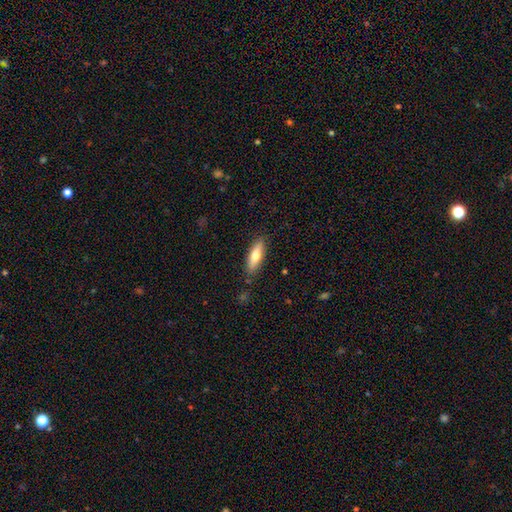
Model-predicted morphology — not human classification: type=smooth (66%); roundness=cigar-shaped (50%); merging=none (86%).